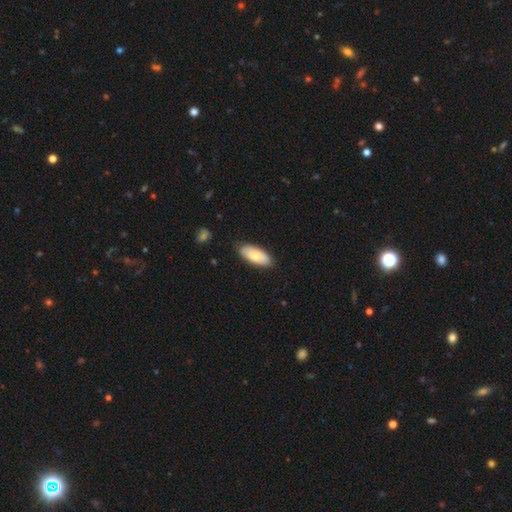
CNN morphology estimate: smooth_or_featured: smooth (p=0.75) [alt: featured or disk p=0.19]
how_rounded: in between (p=0.86) [alt: cigar-shaped p=0.12]
merging: none (p=0.83) [alt: minor disturbance p=0.14]